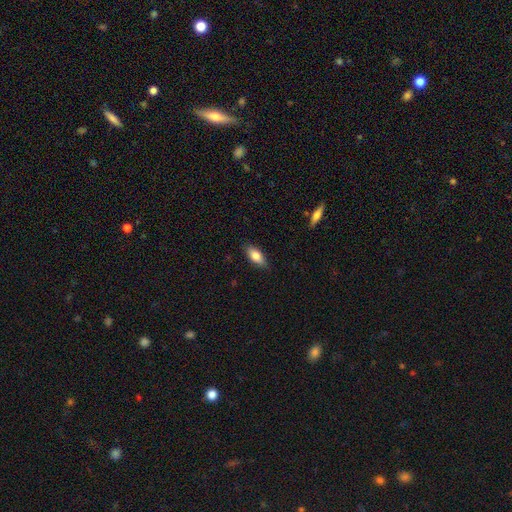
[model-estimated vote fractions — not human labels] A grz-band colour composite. It shows a smooth galaxy with no disk features (80%) that is in between round and cigar-shaped (83%). Merging: none (84%).